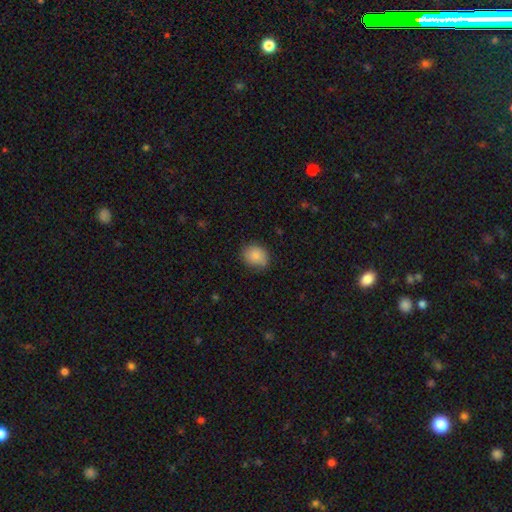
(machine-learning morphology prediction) This appears to be a smooth galaxy with no disk features (86%) that is round (62%). Merging: none (78%).